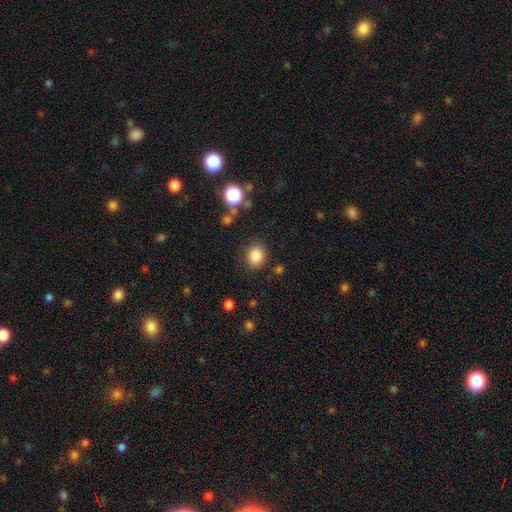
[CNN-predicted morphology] smooth 84%, star or artifact 11%, featured or disk 5%. Down the decision tree: how rounded — round (62%); merging — none (84%).